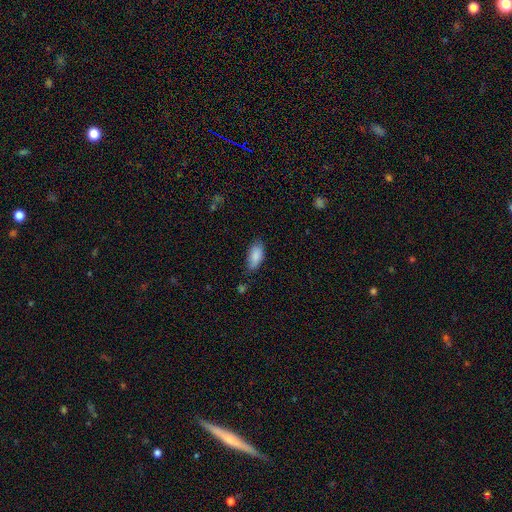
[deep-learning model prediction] Morphology: type=smooth (87%); roundness=in between (89%); merging=none (66%).